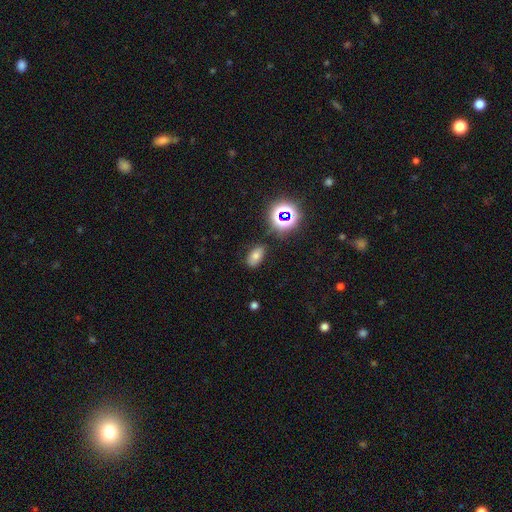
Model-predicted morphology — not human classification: Smooth or featured?
  - smooth: 65% *
  - star or artifact: 22%
  - featured or disk: 13%
How rounded?
  - in between: 89% *
  - round: 8%
  - cigar-shaped: 3%
Merging?
  - none: 82% *
  - minor disturbance: 13%
  - major disturbance: 4%
  - merger: 2%